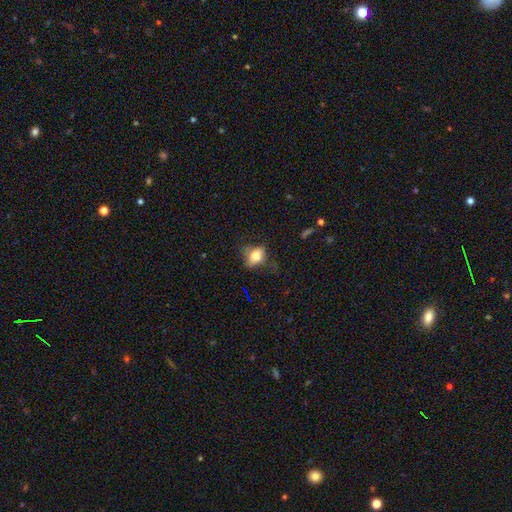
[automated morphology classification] Smooth or featured? smooth (69%)
How rounded? in between (64%)
Merging? none (48%)